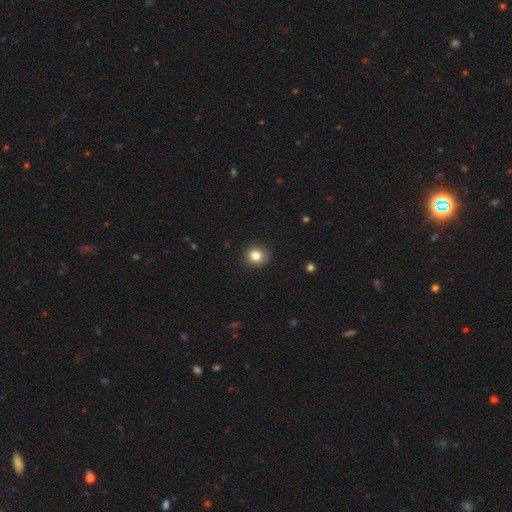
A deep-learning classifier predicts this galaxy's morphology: Smooth or featured? Predicted: smooth (p=0.82). How rounded? Predicted: round (p=0.87). Merging? Predicted: none (p=0.92).